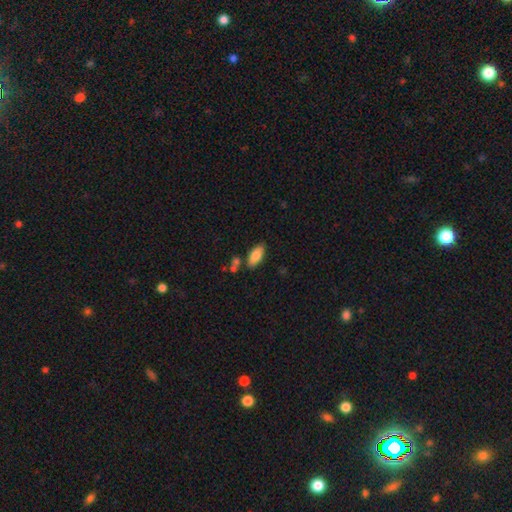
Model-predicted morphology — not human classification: smooth 82%, featured or disk 11%, star or artifact 7%. Down the decision tree: how rounded — in between (85%); merging — none (77%).